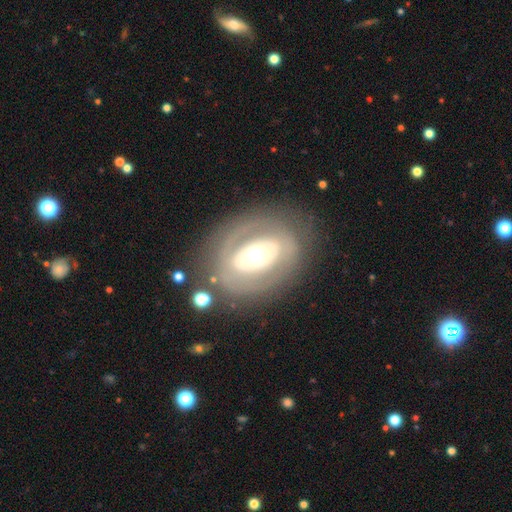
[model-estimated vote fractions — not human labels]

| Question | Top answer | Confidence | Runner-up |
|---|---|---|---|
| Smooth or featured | featured or disk | 65% | smooth (29%) |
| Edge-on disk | no | 94% | yes (6%) |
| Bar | no | 77% | weak (13%) |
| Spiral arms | no | 78% | yes (22%) |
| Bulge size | moderate | 56% | large (31%) |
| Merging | none | 76% | minor disturbance (13%) |